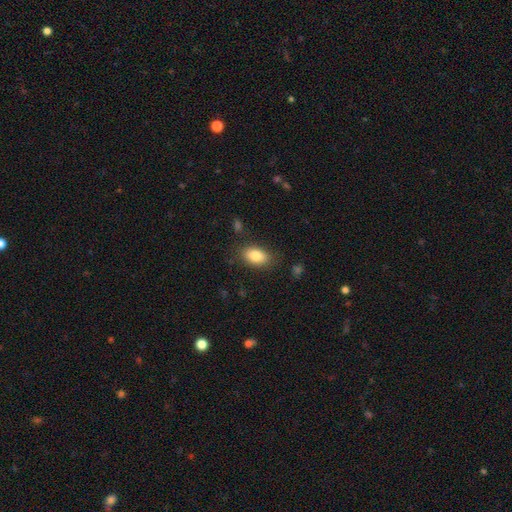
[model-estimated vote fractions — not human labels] This is clearly a smooth galaxy (84%). How rounded: clearly in between (90%). Merging: clearly none (82%).